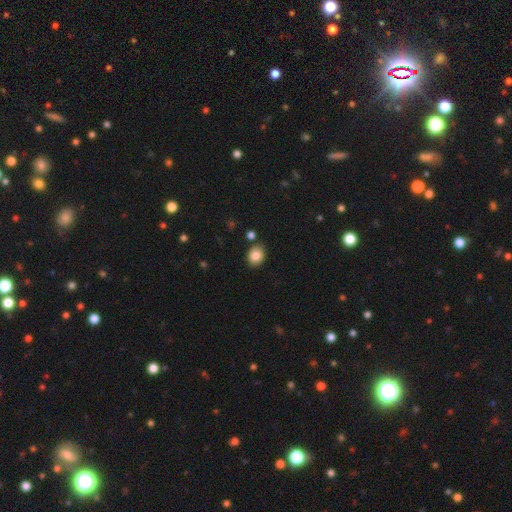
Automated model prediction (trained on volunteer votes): This appears to be a smooth galaxy with no disk features (85%) that is in between round and cigar-shaped (52%). Merging: none (82%).